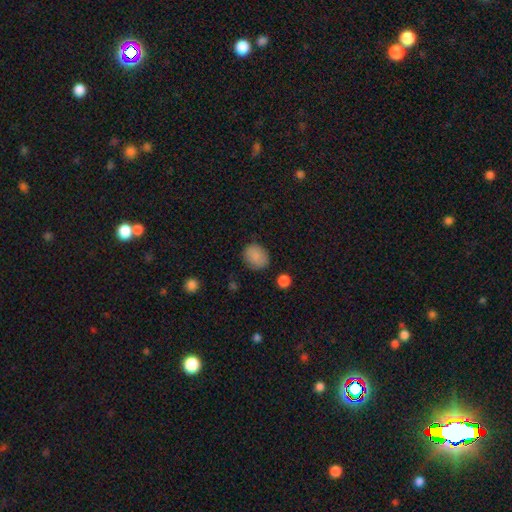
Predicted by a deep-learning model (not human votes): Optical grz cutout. It shows a smooth galaxy with no disk features (86%) that is round (65%). Merging: none (83%).